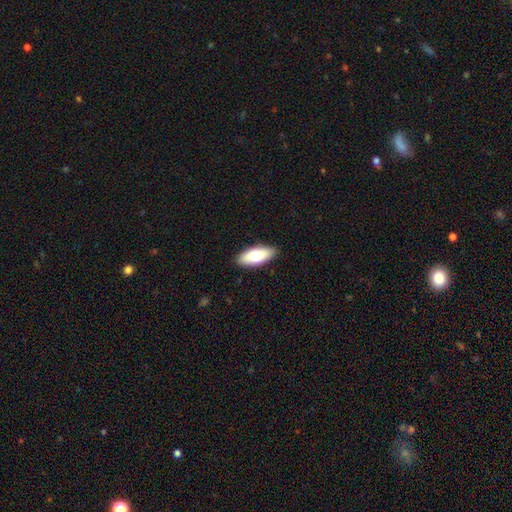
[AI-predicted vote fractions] A smooth galaxy with no disk features (77%) that is in between round and cigar-shaped (80%).

Vote fractions:
- Smooth or featured? smooth: 77% / featured or disk: 17% / star or artifact: 6%
- How rounded? in between: 80% / cigar-shaped: 18% / round: 2%
- Merging? none: 89% / minor disturbance: 9% / major disturbance: 2% / merger: 1%